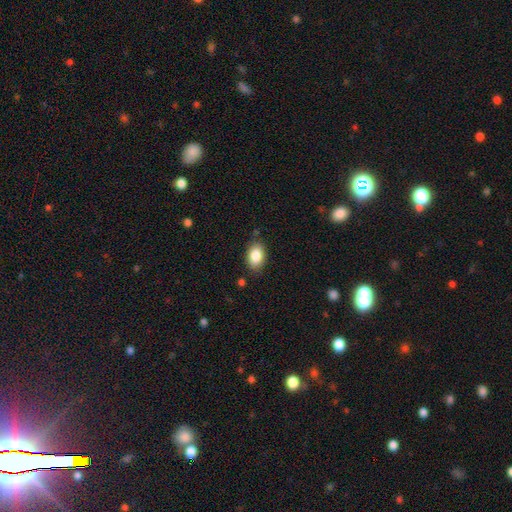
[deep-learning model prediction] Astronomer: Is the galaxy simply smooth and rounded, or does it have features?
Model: smooth — 85%.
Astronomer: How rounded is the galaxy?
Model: in between — 86%.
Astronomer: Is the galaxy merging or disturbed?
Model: none — 82%.